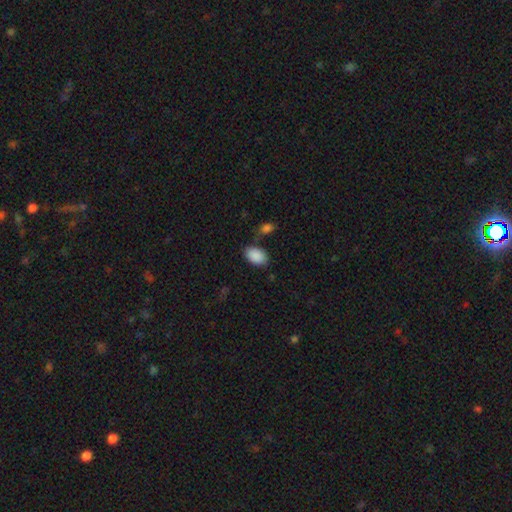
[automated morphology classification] Smooth or featured? smooth (89%)
How rounded? in between (91%)
Merging? none (75%)